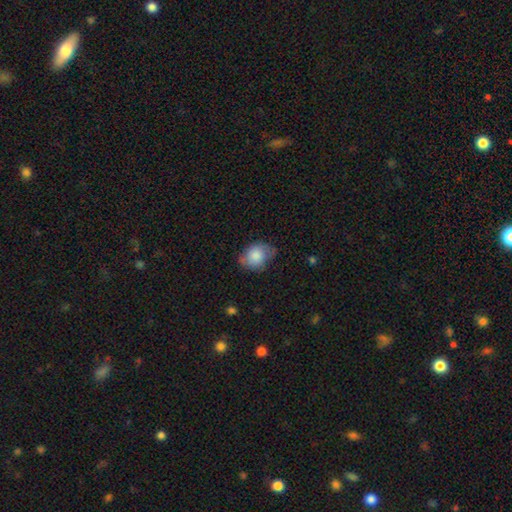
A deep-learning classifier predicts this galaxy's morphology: Smooth or featured: smooth — 77% (featured or disk — 15%)
How rounded: in between — 65% (round — 34%)
Merging: none — 60% (minor disturbance — 30%)